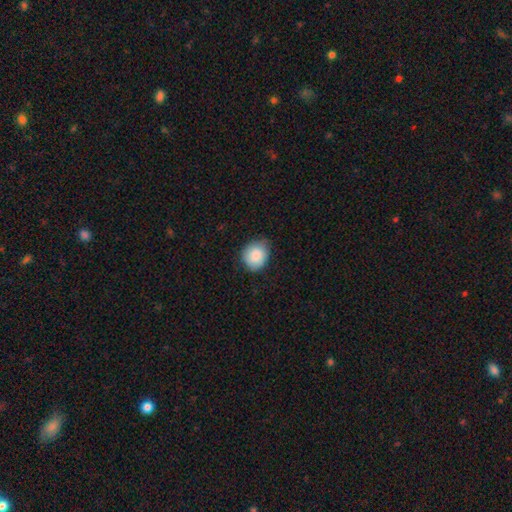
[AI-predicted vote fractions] Morphology: type=smooth (87%); roundness=round (69%); merging=none (71%).